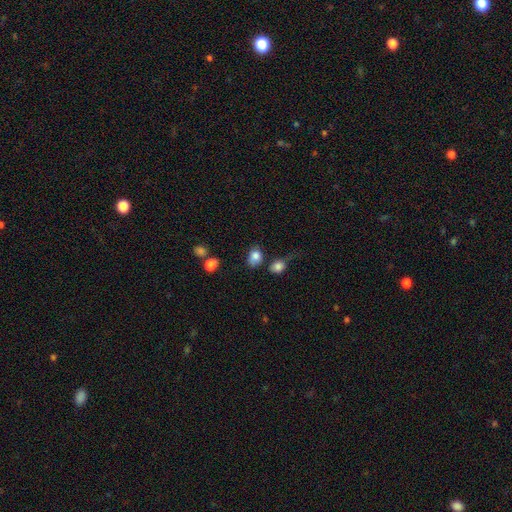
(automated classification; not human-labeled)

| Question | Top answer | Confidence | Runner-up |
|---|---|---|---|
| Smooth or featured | smooth | 82% | star or artifact (10%) |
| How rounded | in between | 61% | round (38%) |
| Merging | none | 56% | minor disturbance (22%) |